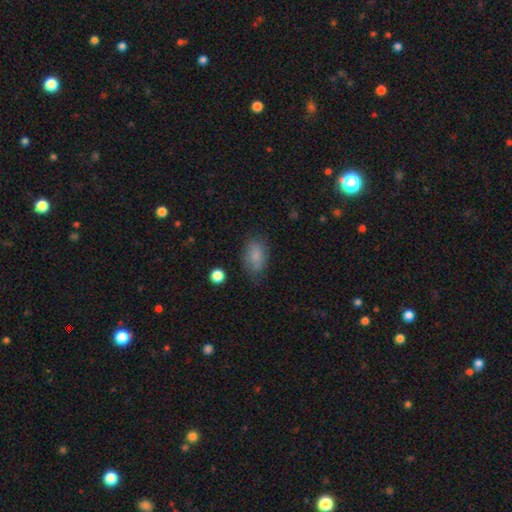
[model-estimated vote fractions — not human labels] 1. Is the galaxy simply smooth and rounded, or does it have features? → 82% smooth, 9% featured or disk, 9% star or artifact.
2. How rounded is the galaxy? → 88% in between, 10% round, 2% cigar-shaped.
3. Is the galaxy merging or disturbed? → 71% none, 21% minor disturbance, 6% major disturbance, 2% merger.